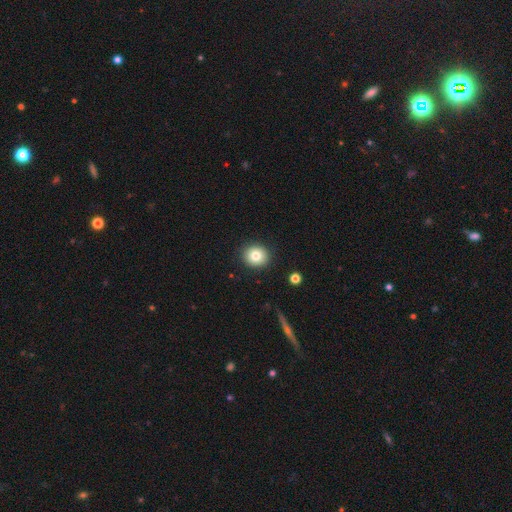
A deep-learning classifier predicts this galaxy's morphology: The model was most divided on "how rounded": round: 81%, in between: 18%, cigar-shaped: 1%. More confident: merging — none (90%); smooth or featured — smooth (81%).